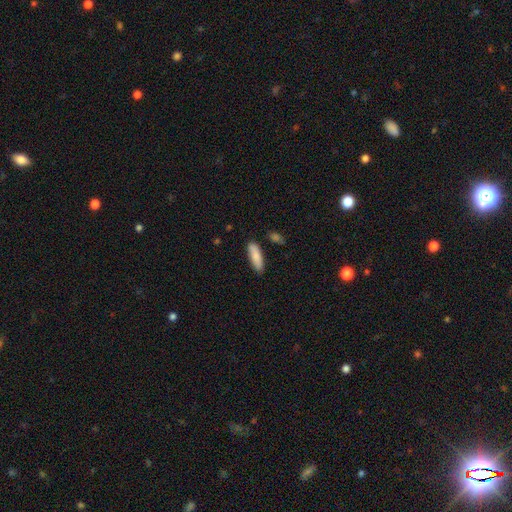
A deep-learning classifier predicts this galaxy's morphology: smooth-or-featured: smooth: 85% | featured or disk: 9% | star or artifact: 6%
  how-rounded: in between: 49% (tied) | cigar-shaped: 49% (tied) | round: 2%
  merging: none: 85% | minor disturbance: 11% | merger: 2% | major disturbance: 2%